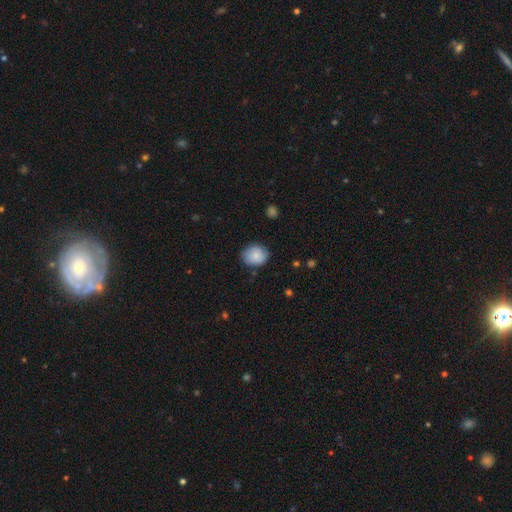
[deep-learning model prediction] A smooth galaxy with no disk features (81%) that is round (60%).

Vote fractions:
- Smooth or featured? smooth: 81% / featured or disk: 11% / star or artifact: 7%
- How rounded? round: 60% / in between: 39% / cigar-shaped: 1%
- Merging? none: 75% / minor disturbance: 20% / major disturbance: 4% / merger: 1%